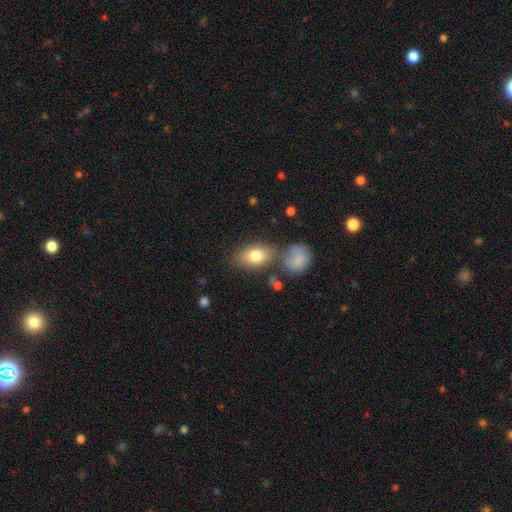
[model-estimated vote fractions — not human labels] A smooth galaxy with no disk features (80%) that is in between round and cigar-shaped (84%).

Vote fractions:
- Smooth or featured? smooth: 80% / featured or disk: 12% / star or artifact: 8%
- How rounded? in between: 84% / round: 13% / cigar-shaped: 2%
- Merging? none: 64% / merger: 16% / minor disturbance: 14% / major disturbance: 5%